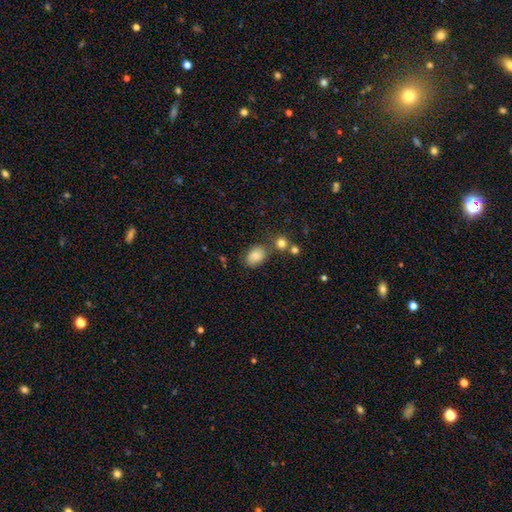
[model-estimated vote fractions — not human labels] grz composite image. It shows a smooth galaxy with no disk features (82%) that is in between round and cigar-shaped (77%). Merging: none (70%).